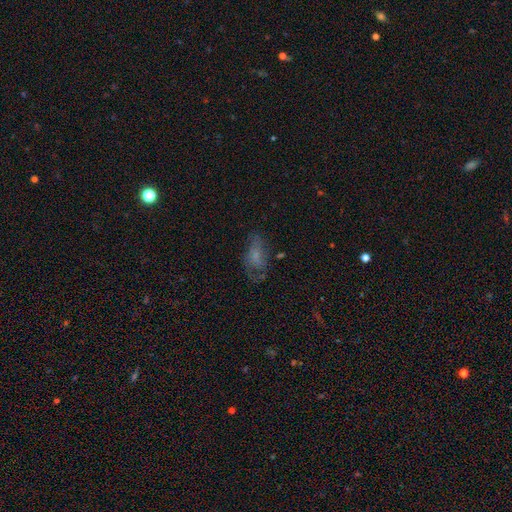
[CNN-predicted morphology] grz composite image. It shows a smooth galaxy with no disk features (47%). Merging: none (47%).